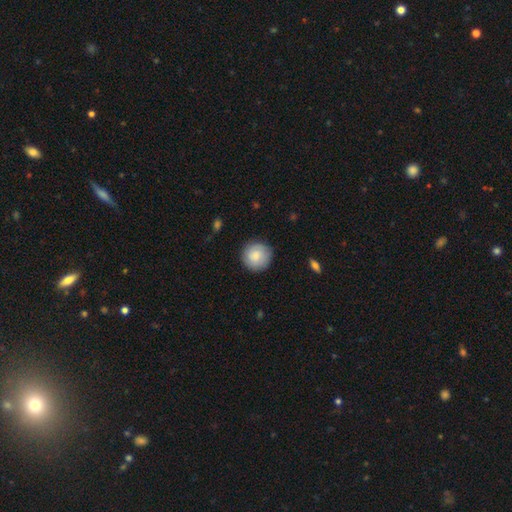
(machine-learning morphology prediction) Smooth or featured? smooth (84%)
How rounded? round (95%)
Merging? none (87%)